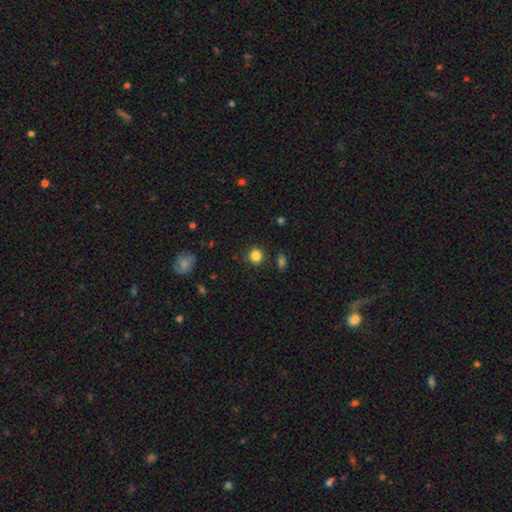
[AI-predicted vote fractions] This is clearly a smooth galaxy (85%). How rounded: clearly round (90%). Merging: clearly none (87%).